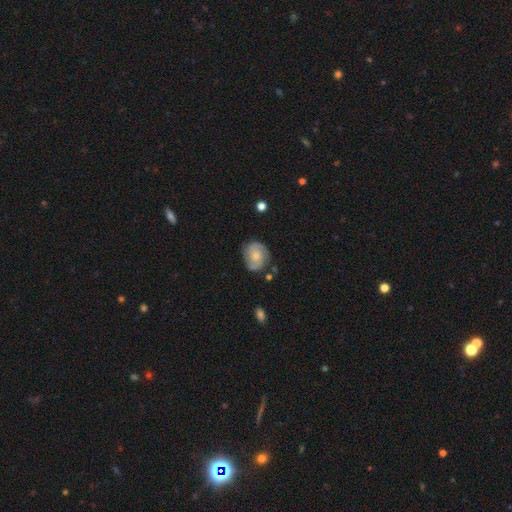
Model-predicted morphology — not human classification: smooth_or_featured: featured or disk (p=0.72) [alt: smooth p=0.21]
disk_edge_on: no (p=0.98) [alt: yes p=0.02]
bar: no (p=0.73) [alt: weak p=0.24]
has_spiral_arms: yes (p=0.93) [alt: no p=0.07]
spiral_winding: tight (p=0.48) [alt: medium p=0.40]
spiral_arm_count: 2 (p=0.71) [alt: can't tell p=0.11]
bulge_size: small (p=0.49) [alt: moderate p=0.43]
merging: none (p=0.76) [alt: minor disturbance p=0.17]